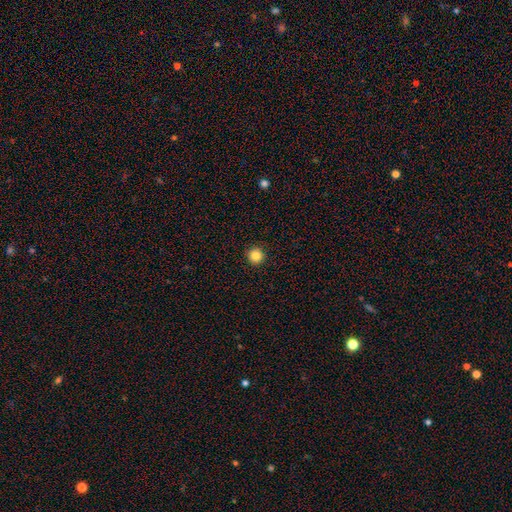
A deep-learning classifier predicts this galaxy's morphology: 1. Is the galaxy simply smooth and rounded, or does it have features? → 85% smooth, 11% star or artifact, 4% featured or disk.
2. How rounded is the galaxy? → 96% round, 3% in between, 1% cigar-shaped.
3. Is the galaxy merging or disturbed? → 94% none, 4% minor disturbance, 1% major disturbance, 1% merger.